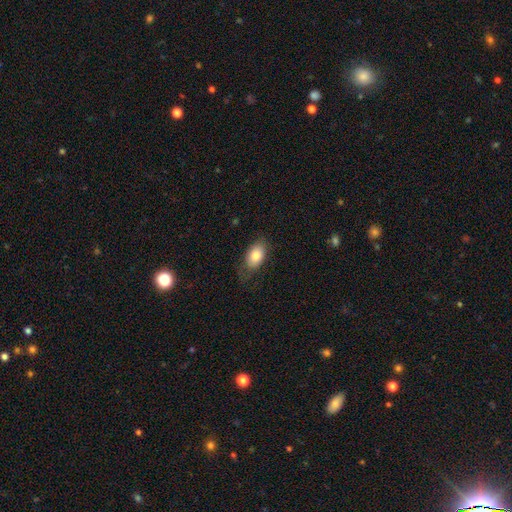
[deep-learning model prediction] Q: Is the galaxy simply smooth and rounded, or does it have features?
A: smooth — 81%.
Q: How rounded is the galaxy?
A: in between — 90%.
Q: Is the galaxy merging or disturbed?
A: none — 66%.